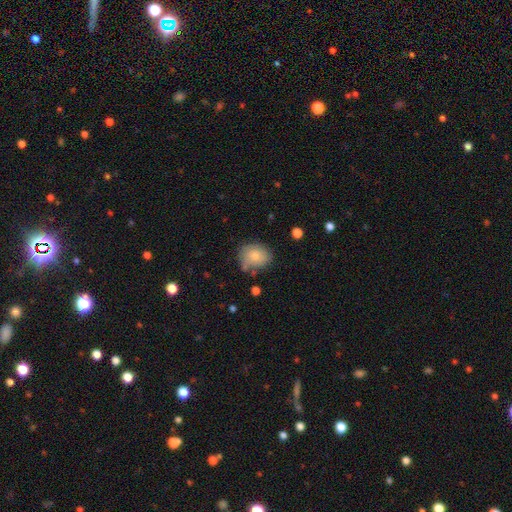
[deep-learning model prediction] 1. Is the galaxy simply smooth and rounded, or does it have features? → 74% smooth, 18% featured or disk, 8% star or artifact.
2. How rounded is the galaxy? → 61% round, 38% in between, 1% cigar-shaped.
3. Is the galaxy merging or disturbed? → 63% none, 25% minor disturbance, 7% major disturbance, 5% merger.